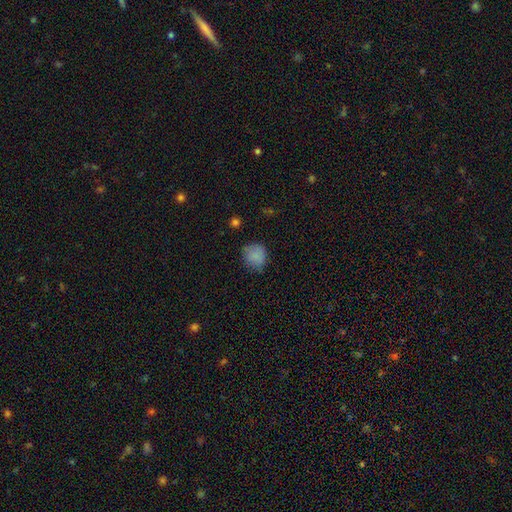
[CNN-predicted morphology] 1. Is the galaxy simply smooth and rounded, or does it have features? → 82% smooth, 11% star or artifact, 7% featured or disk.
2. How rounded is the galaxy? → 82% round, 17% in between, 1% cigar-shaped.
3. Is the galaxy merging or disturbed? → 69% none, 23% minor disturbance, 5% major disturbance, 2% merger.